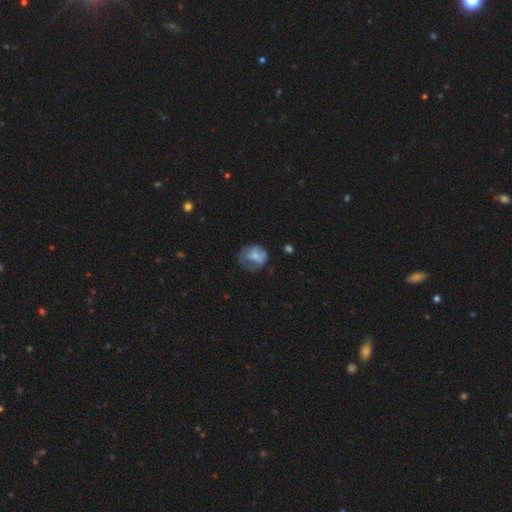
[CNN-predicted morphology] A smooth galaxy with no disk features (60%) that is round (60%). Merging: none (39%).